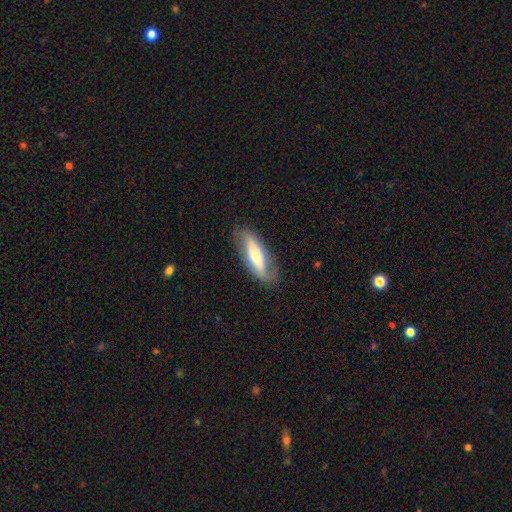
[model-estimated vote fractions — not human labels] A smooth galaxy with no disk features (53%) that is cigar-shaped (51%). Merging: none (80%).